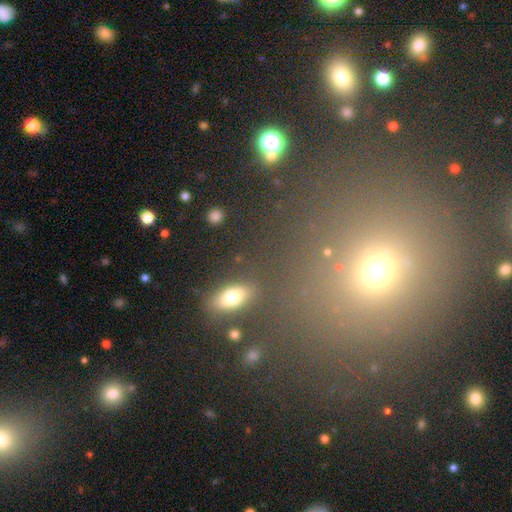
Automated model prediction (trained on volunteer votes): Smooth or featured?
  - smooth: 47% *
  - star or artifact: 41%
  - featured or disk: 12%
Merging?
  - none: 80% *
  - minor disturbance: 9%
  - merger: 6%
  - major disturbance: 5%